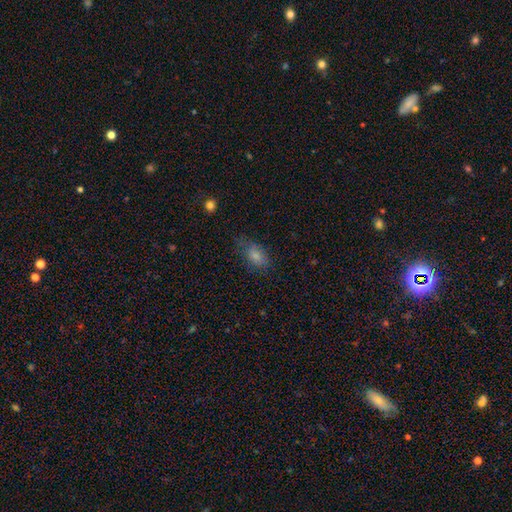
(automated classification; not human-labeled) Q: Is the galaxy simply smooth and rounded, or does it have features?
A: smooth — 80%.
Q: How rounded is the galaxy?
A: in between — 89%.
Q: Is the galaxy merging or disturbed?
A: none — 59%.